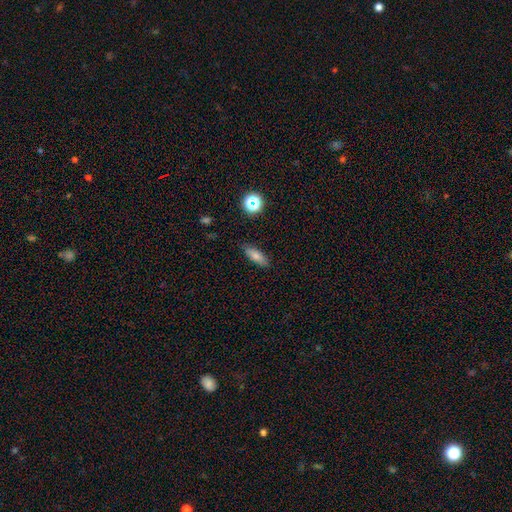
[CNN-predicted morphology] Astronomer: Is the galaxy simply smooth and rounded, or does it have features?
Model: smooth — 77%.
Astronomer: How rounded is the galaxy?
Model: in between — 59% (runner-up: cigar-shaped, 37%).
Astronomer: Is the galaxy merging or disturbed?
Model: none — 85%.